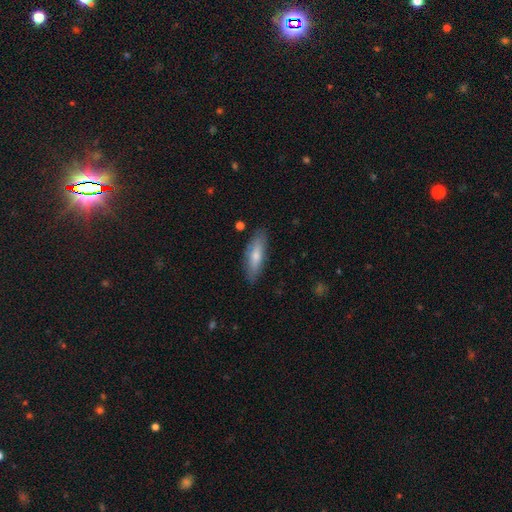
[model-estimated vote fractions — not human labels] Smooth or featured? smooth (69%)
How rounded? cigar-shaped (50%)
Merging? none (82%)